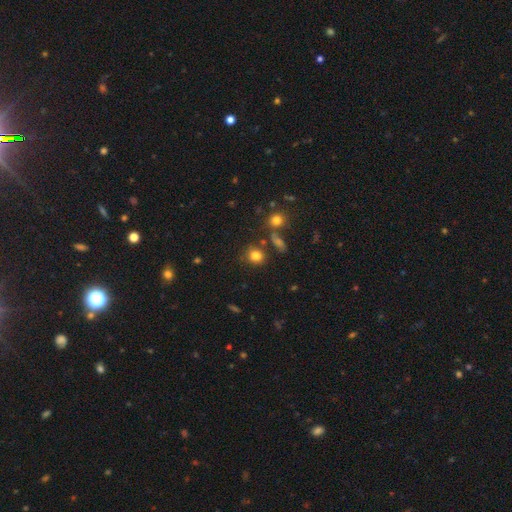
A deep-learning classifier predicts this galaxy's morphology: Overall: smooth (81%). How rounded: round (77%). Merging: none (77%).